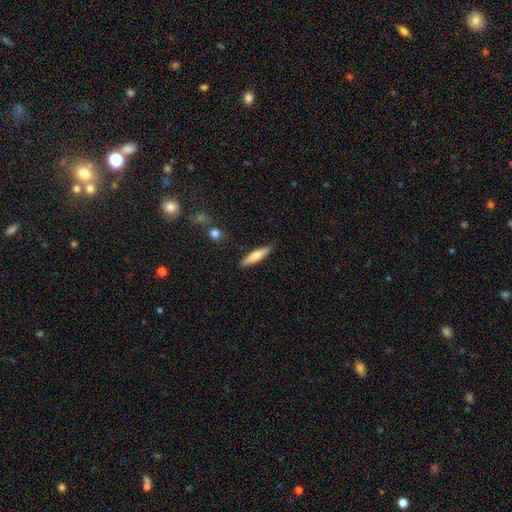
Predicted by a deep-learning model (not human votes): The model was most divided on "smooth or featured": smooth: 66%, featured or disk: 29%, star or artifact: 6%. More confident: merging — none (87%); how rounded — cigar-shaped (78%).